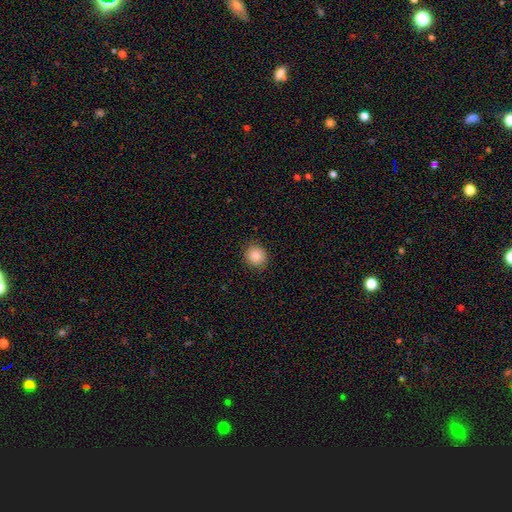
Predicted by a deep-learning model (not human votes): A smooth galaxy with no disk features (86%) that is round (87%).

Vote fractions:
- Smooth or featured? smooth: 86% / star or artifact: 9% / featured or disk: 5%
- How rounded? round: 87% / in between: 12% / cigar-shaped: 1%
- Merging? none: 88% / minor disturbance: 8% / major disturbance: 2% / merger: 1%